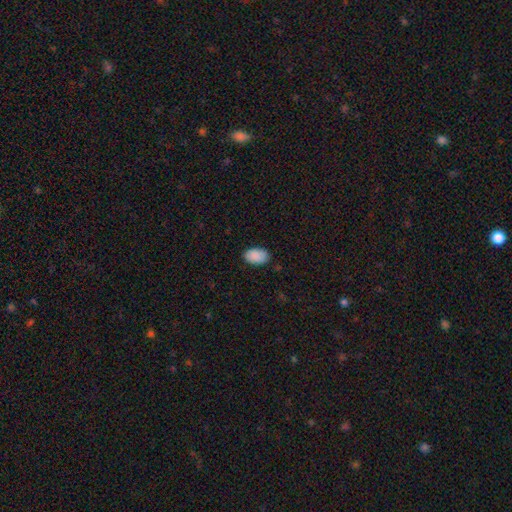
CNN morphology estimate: smooth-or-featured: smooth: 90% | star or artifact: 7% | featured or disk: 3%
  how-rounded: in between: 93% | round: 6% | cigar-shaped: 1%
  merging: none: 84% | minor disturbance: 12% | major disturbance: 2% | merger: 1%